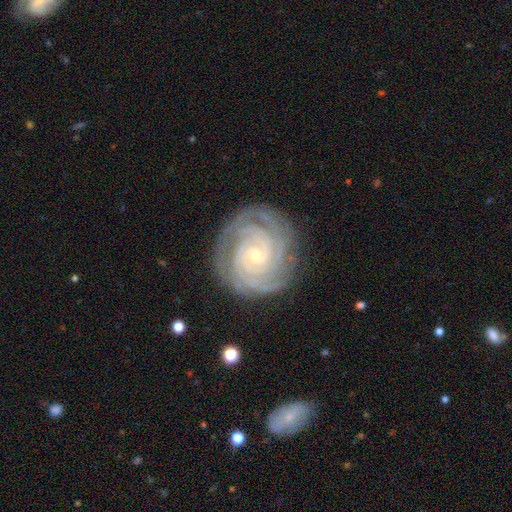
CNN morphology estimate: Overall: featured or disk (90%). Edge-on disk: no (98%). Bar: no (70%). Spiral arms: yes (98%). Spiral arm count: 3 (25%; 2 24%). Spiral winding: tight (85%). Bulge size: small (81%). Merging: none (82%).